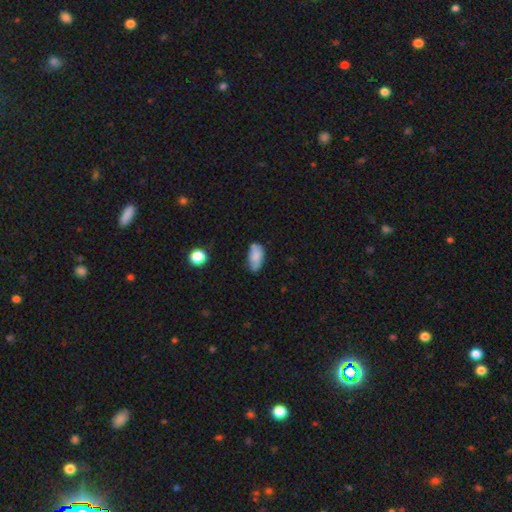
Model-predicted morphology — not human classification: smooth-or-featured: smooth: 78% | featured or disk: 14% | star or artifact: 8%
  how-rounded: in between: 92% | cigar-shaped: 5% | round: 3%
  merging: none: 58% | minor disturbance: 32% | major disturbance: 6% | merger: 4%